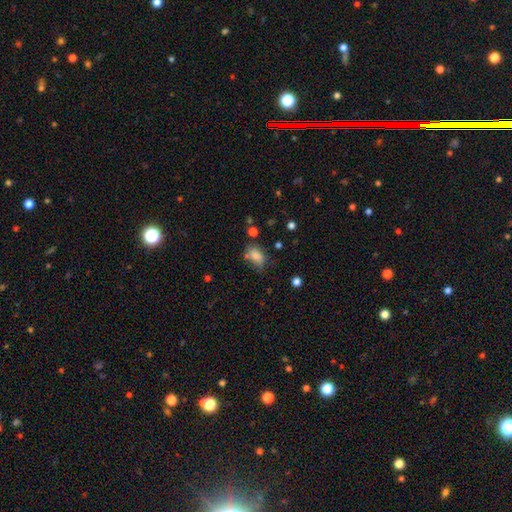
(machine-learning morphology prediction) Q: Smooth or featured?
A: smooth (81%); runner-up: star or artifact (11%)
Q: How rounded?
A: in between (83%); runner-up: round (14%)
Q: Merging?
A: none (54%); runner-up: minor disturbance (27%)